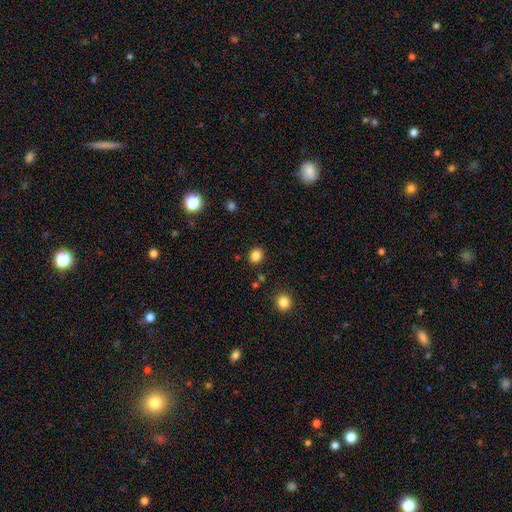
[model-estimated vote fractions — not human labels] Smooth or featured? Predicted: smooth (p=0.85). How rounded? Predicted: round (p=0.61). Merging? Predicted: none (p=0.87).